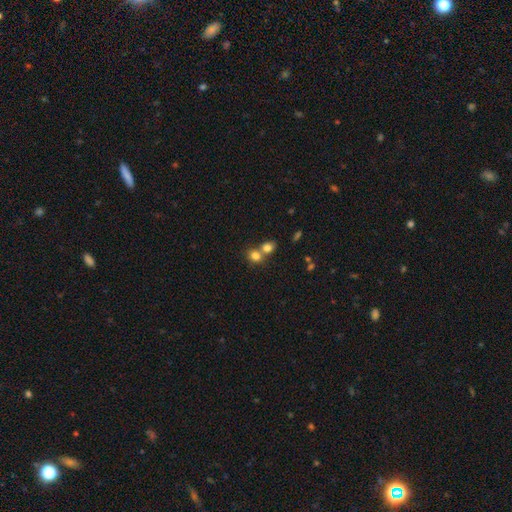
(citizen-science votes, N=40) Q: Smooth or featured?
A: smooth (82%); runner-up: star or artifact (12%)
Q: How rounded?
A: round (64%); runner-up: in between (33%)
Q: Merging?
A: merger (71%); runner-up: none (26%)